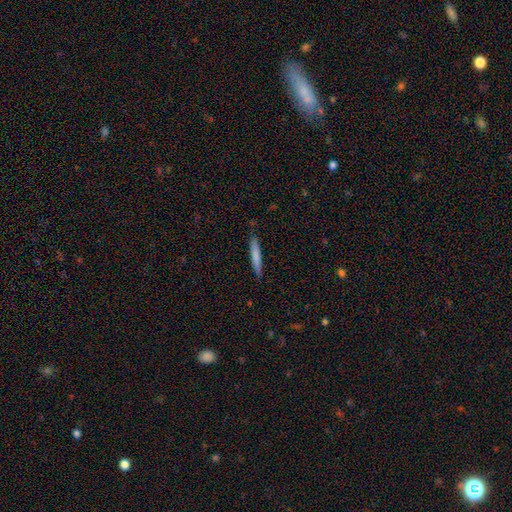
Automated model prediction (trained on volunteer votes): Smooth or featured: smooth — 72% (featured or disk — 23%)
How rounded: cigar-shaped — 95% (in between — 4%)
Merging: none — 87% (minor disturbance — 10%)